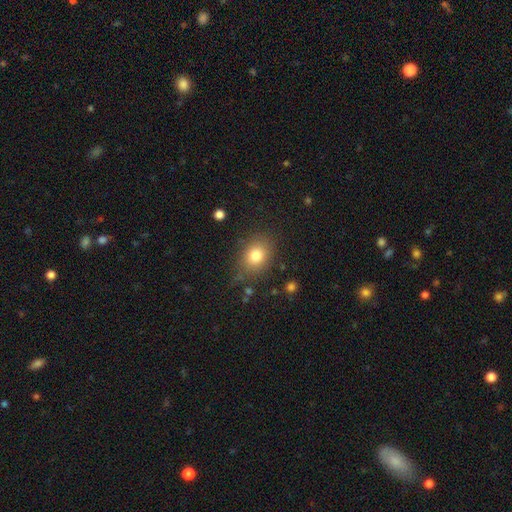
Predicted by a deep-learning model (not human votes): A smooth galaxy with no disk features (79%) that is in between round and cigar-shaped (55%).

Vote fractions:
- Smooth or featured? smooth: 79% / star or artifact: 11% / featured or disk: 10%
- How rounded? in between: 55% / round: 44% / cigar-shaped: 1%
- Merging? none: 77% / minor disturbance: 15% / major disturbance: 5% / merger: 2%